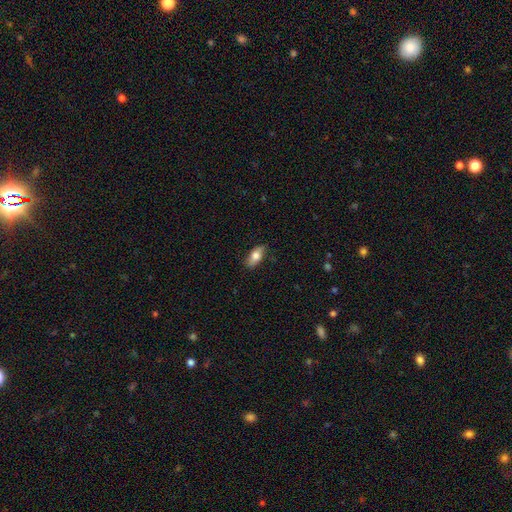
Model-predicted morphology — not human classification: Smooth or featured? smooth (73%)
How rounded? in between (85%)
Merging? none (81%)